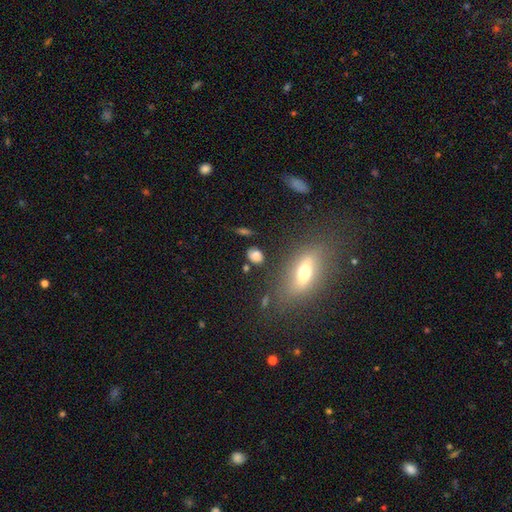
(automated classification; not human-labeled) Smooth or featured? smooth (77%)
How rounded? in between (58%)
Merging? none (77%)